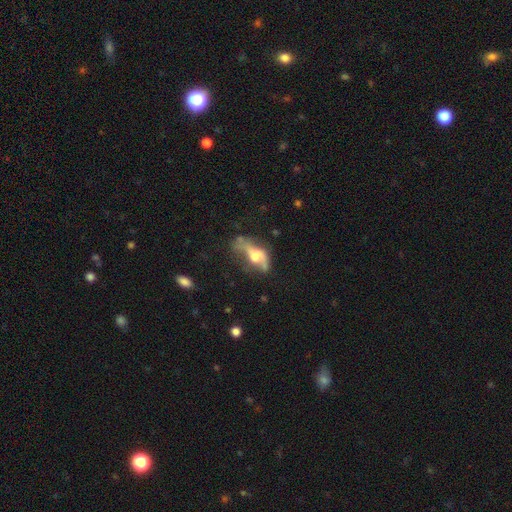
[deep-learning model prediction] Smooth or featured?
  - featured or disk: 52% *
  - smooth: 37%
  - star or artifact: 11%
Edge-on disk?
  - no: 81% *
  - yes: 19%
Merging?
  - major disturbance: 41% *
  - none: 26%
  - minor disturbance: 22%
  - merger: 11%